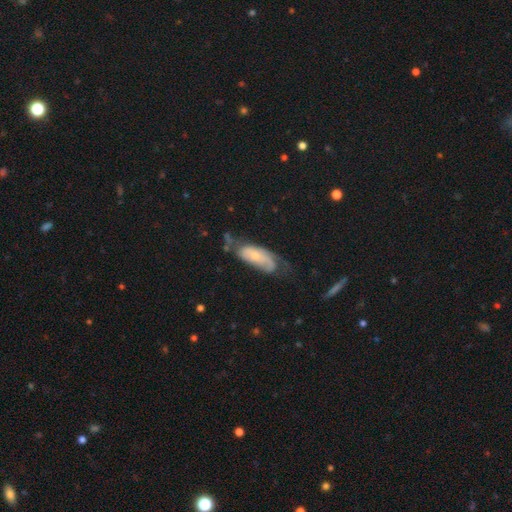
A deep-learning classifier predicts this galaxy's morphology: A featured or disk galaxy (52%). Merging: none (37%).